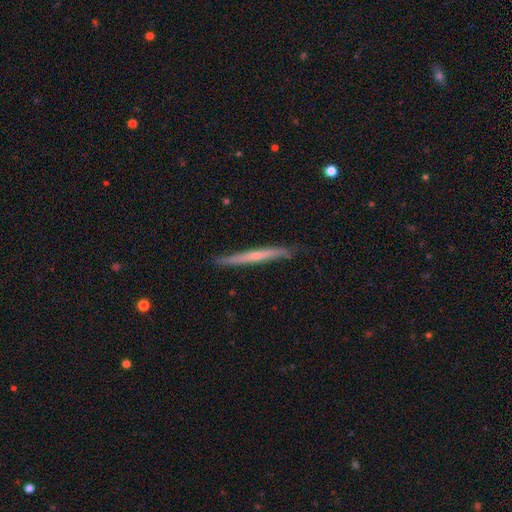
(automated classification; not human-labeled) Morphology: type=featured or disk (55%); edge-on=yes (95%); edge-on bulge=none (65%); merging=none (84%).